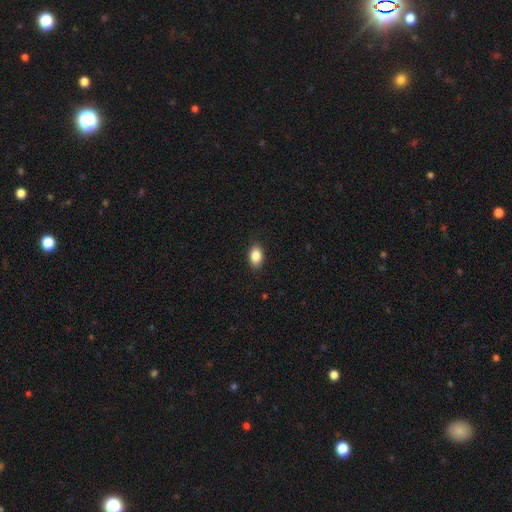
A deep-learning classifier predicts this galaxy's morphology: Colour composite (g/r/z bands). It shows a smooth galaxy with no disk features (87%) that is in between round and cigar-shaped (87%). Merging: none (89%).